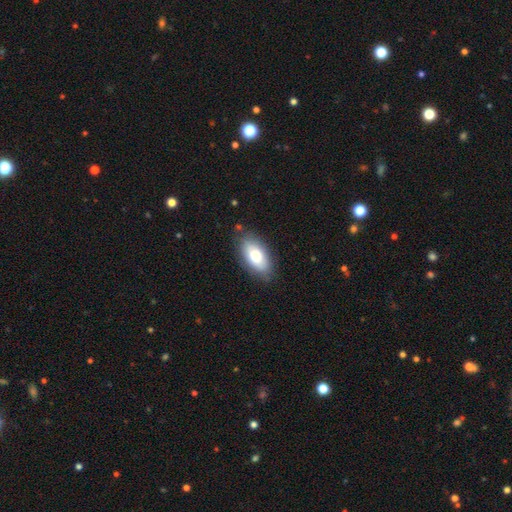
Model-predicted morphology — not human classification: The model was most divided on "smooth or featured": smooth: 75%, featured or disk: 18%, star or artifact: 7%. More confident: how rounded — in between (92%); merging — none (83%).